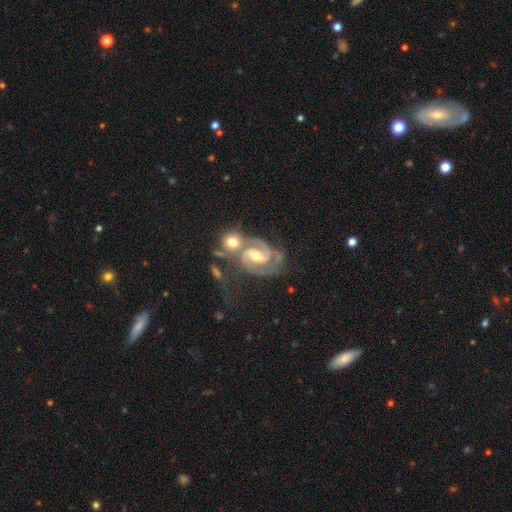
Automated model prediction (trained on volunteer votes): Smooth or featured? featured or disk (90%)
Edge-on disk? no (98%)
Bar? weak (47%)
Spiral arms? yes (98%)
Spiral winding? tight (52%)
Spiral arm count? 2 (84%)
Bulge size? moderate (62%)
Merging? none (40%)